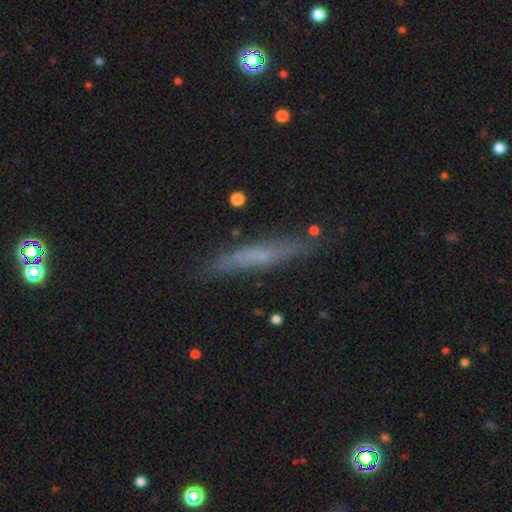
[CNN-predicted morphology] The model was most divided on "smooth or featured": featured or disk: 46%, smooth: 44%, star or artifact: 9%. More confident: merging — none (79%).